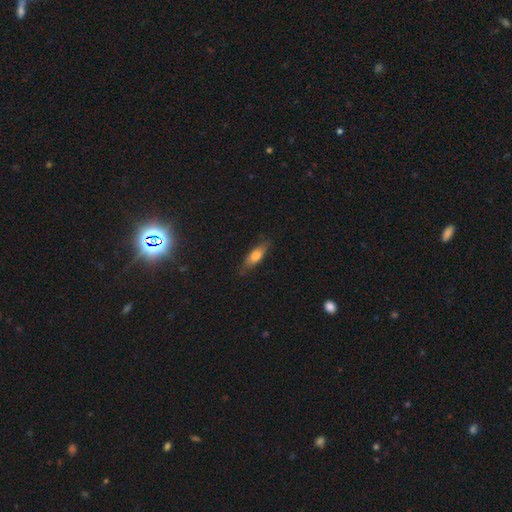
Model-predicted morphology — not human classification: Q: Smooth or featured?
A: smooth (68%); runner-up: featured or disk (25%)
Q: How rounded?
A: in between (54%); runner-up: cigar-shaped (43%)
Q: Merging?
A: none (79%); runner-up: minor disturbance (17%)